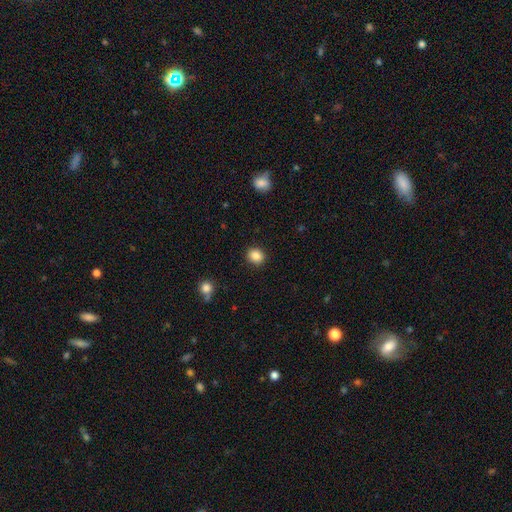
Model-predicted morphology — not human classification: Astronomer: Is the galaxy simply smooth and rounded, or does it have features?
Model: smooth — 87%.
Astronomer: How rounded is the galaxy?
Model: round — 72%.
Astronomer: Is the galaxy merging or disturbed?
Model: none — 90%.